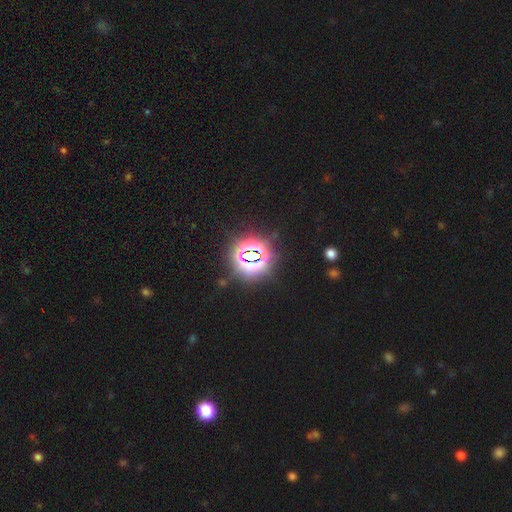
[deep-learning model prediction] This is clearly a star or artifact rather than a galaxy (80%).